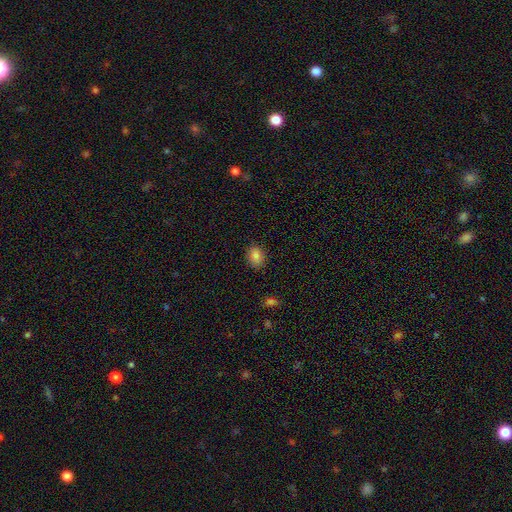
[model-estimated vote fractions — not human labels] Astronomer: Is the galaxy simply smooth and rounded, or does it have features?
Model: smooth — 85%.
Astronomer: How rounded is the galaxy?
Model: in between — 66%.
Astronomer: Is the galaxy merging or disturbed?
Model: none — 87%.